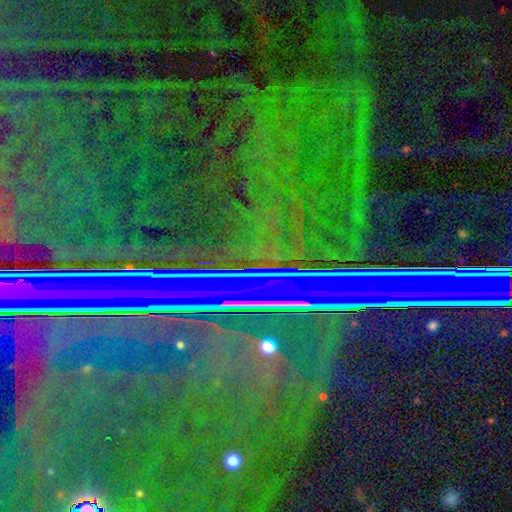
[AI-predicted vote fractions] Q: Smooth or featured?
A: star or artifact (85%); runner-up: featured or disk (10%)